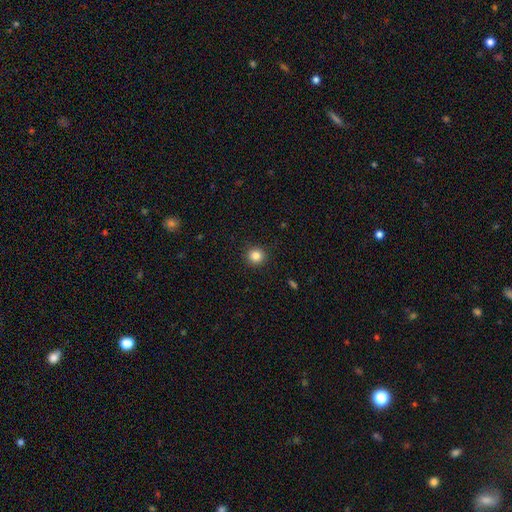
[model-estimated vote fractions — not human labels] Smooth or featured: smooth — 84% (star or artifact — 11%)
How rounded: round — 94% (in between — 5%)
Merging: none — 92% (minor disturbance — 5%)